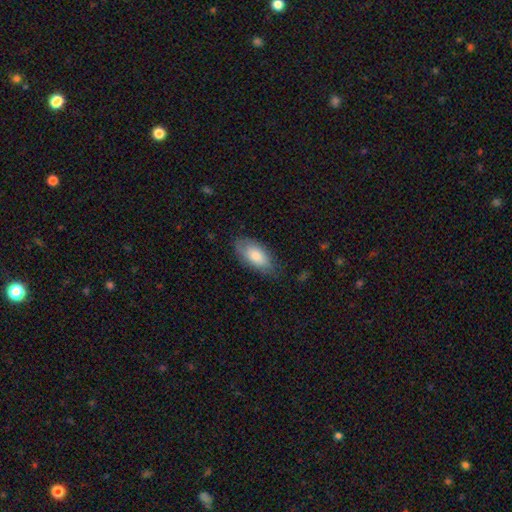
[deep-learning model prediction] The model was most divided on "merging": none: 73%, minor disturbance: 22%, major disturbance: 4%, merger: 1%. More confident: how rounded — in between (90%); smooth or featured — smooth (78%).